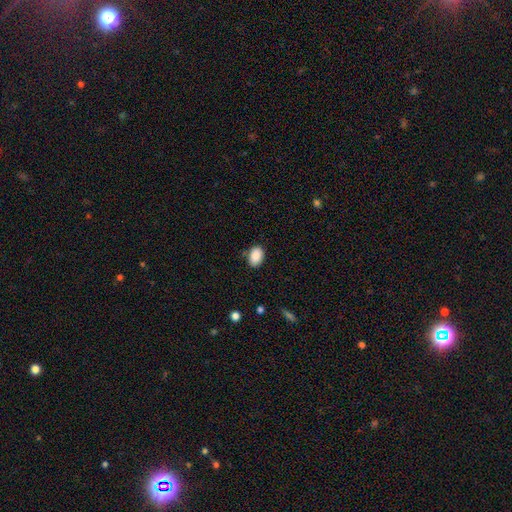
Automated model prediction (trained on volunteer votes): Smooth or featured?
  - smooth: 89% *
  - star or artifact: 7%
  - featured or disk: 4%
How rounded?
  - in between: 86% *
  - round: 13%
  - cigar-shaped: 1%
Merging?
  - none: 83% *
  - minor disturbance: 13%
  - major disturbance: 3%
  - merger: 1%